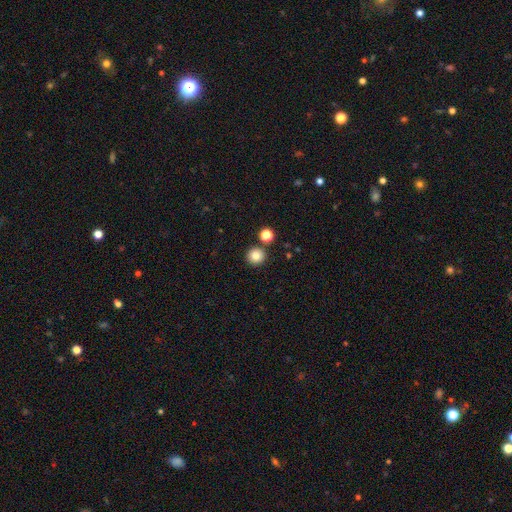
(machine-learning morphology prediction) A smooth galaxy with no disk features (82%) that is round (93%). Merging: none (86%).